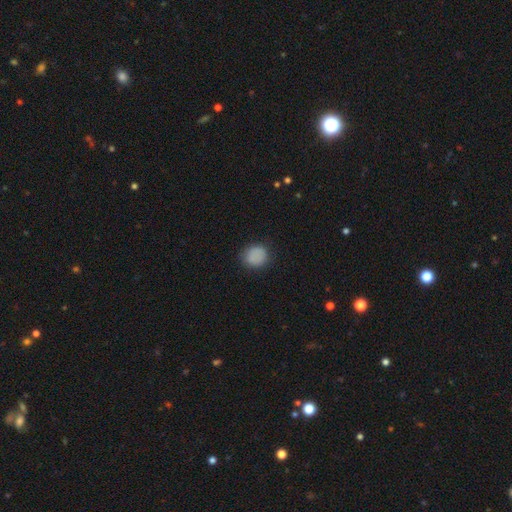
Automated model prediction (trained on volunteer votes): Smooth or featured? smooth (86%)
How rounded? round (80%)
Merging? none (82%)